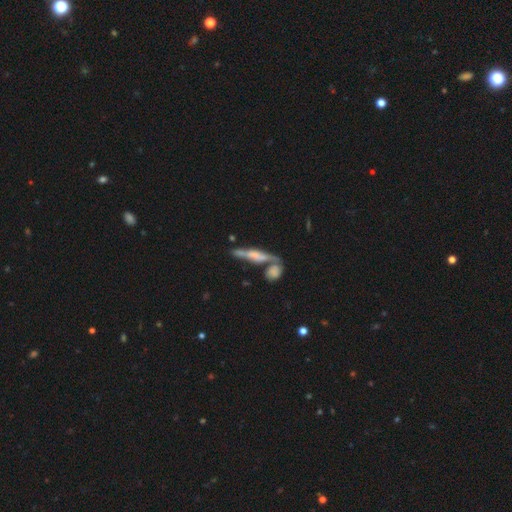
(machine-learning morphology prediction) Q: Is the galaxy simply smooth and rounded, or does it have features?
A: featured or disk — 60%.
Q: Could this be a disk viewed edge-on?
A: yes — 87%.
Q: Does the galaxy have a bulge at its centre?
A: rounded — 54%.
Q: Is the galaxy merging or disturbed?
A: none — 53%.